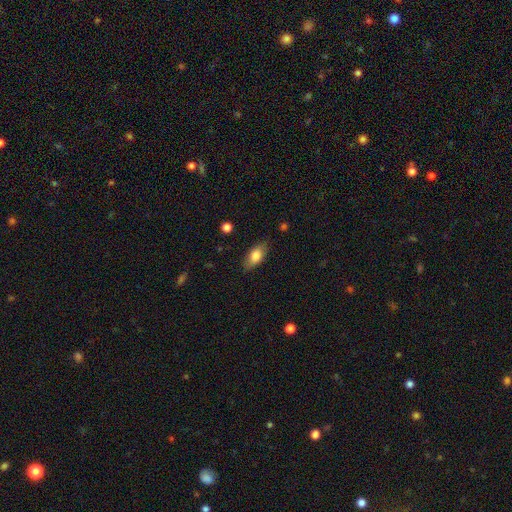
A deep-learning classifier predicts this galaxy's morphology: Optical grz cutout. It shows a smooth galaxy with no disk features (80%) that is in between round and cigar-shaped (87%). Merging: none (83%).